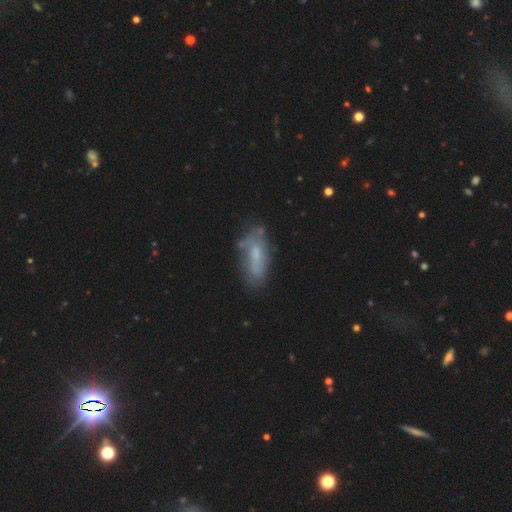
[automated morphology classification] This is possibly a smooth galaxy (49%). Merging: possibly none (58%).